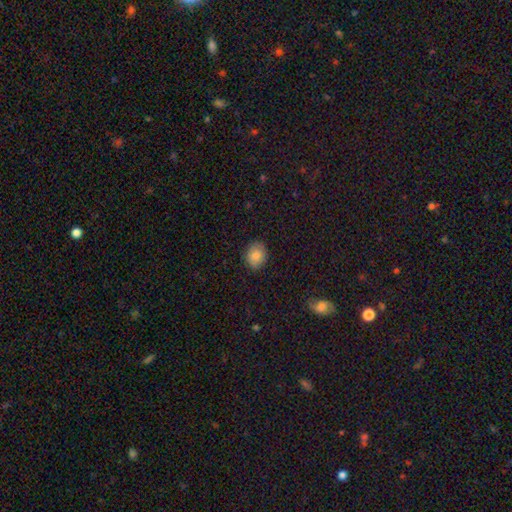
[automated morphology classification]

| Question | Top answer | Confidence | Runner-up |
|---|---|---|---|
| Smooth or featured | smooth | 82% | star or artifact (9%) |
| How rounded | round | 50% | in between (49%) |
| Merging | none | 86% | minor disturbance (11%) |